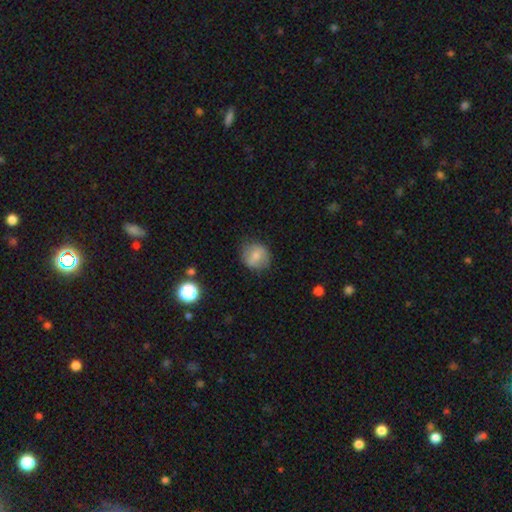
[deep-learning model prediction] smooth-or-featured: smooth: 69% | featured or disk: 22% | star or artifact: 9%
  how-rounded: round: 83% | in between: 16% | cigar-shaped: 1%
  merging: none: 79% | minor disturbance: 15% | major disturbance: 4% | merger: 1%